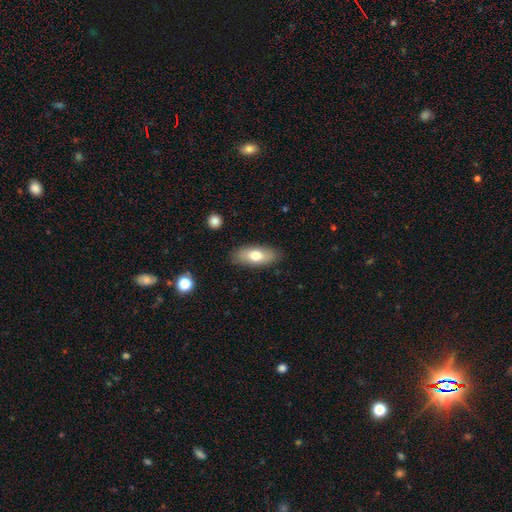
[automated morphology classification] type=smooth (71%); roundness=in between (84%); merging=none (84%).